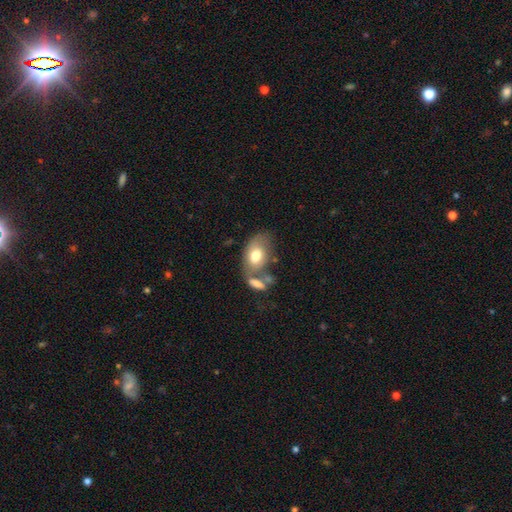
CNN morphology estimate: Smooth or featured: smooth — 70% (featured or disk — 23%)
How rounded: in between — 88% (round — 10%)
Merging: none — 38% (merger — 33%)